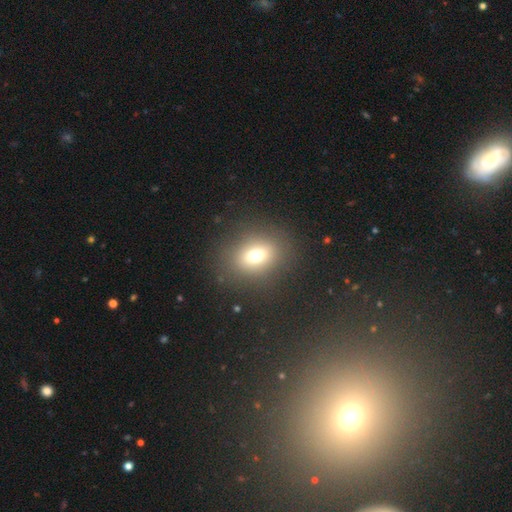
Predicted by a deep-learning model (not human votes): Smooth or featured? smooth (71%)
How rounded? round (53%)
Merging? none (85%)